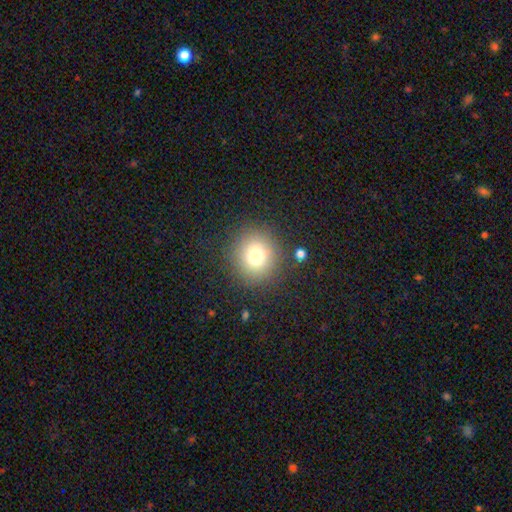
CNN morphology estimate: This is likely a smooth galaxy (75%). How rounded: clearly round (92%). Merging: clearly none (87%).